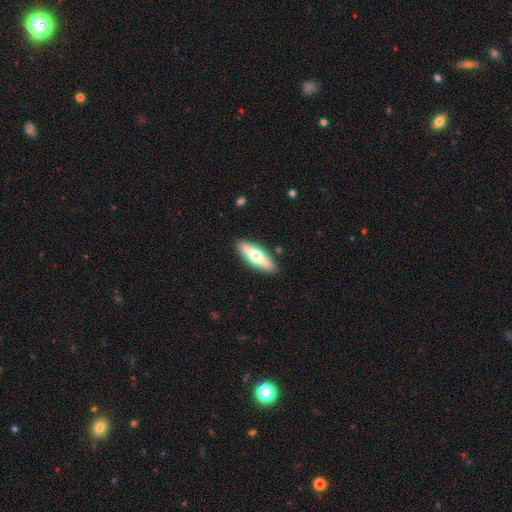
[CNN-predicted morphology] Overall: smooth (52%; featured or disk 43%). How rounded: in between (50%; cigar-shaped 48%). Merging: none (88%).